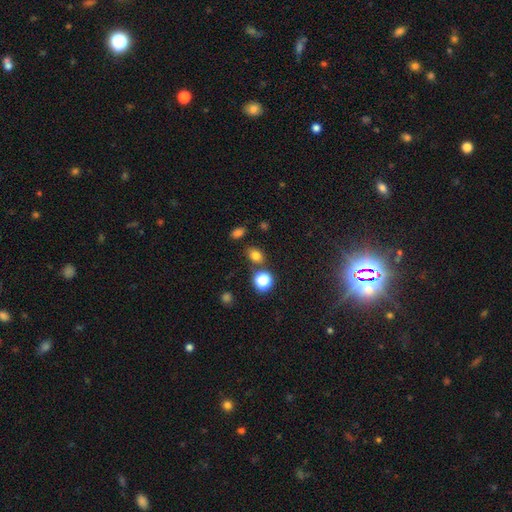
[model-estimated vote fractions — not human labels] Q: Smooth or featured?
A: smooth (75%); runner-up: star or artifact (18%)
Q: How rounded?
A: in between (57%); runner-up: round (42%)
Q: Merging?
A: none (78%); runner-up: minor disturbance (10%)